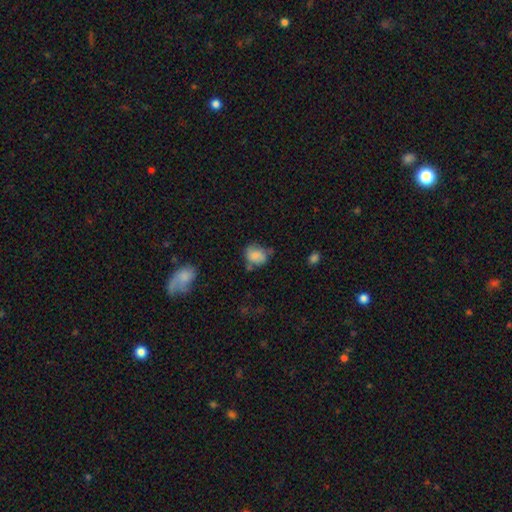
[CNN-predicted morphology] Smooth or featured?
  - smooth: 73% *
  - featured or disk: 18%
  - star or artifact: 9%
How rounded?
  - round: 53% *
  - in between: 46%
  - cigar-shaped: 1%
Merging?
  - none: 49% *
  - minor disturbance: 30%
  - major disturbance: 11%
  - merger: 10%